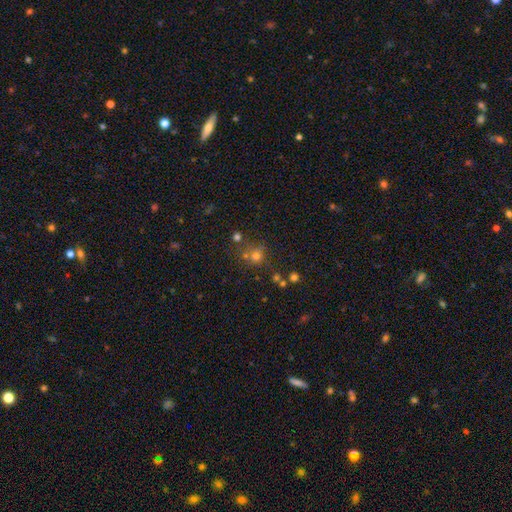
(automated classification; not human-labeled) Smooth or featured: smooth — 57% (star or artifact — 33%)
How rounded: round — 88% (in between — 11%)
Merging: none — 66% (merger — 19%)